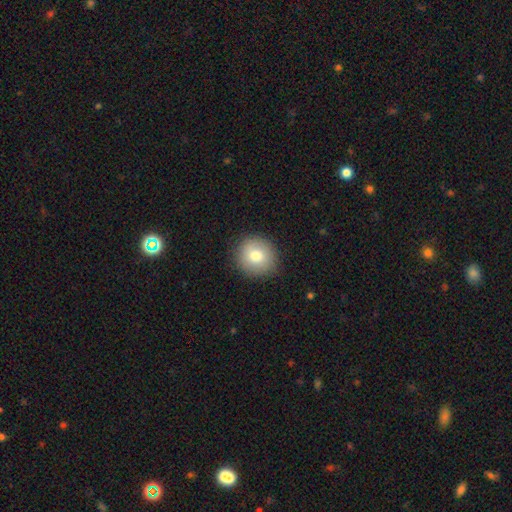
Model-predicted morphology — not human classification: This appears to be a smooth galaxy with no disk features (78%) that is round (91%). Merging: none (89%).